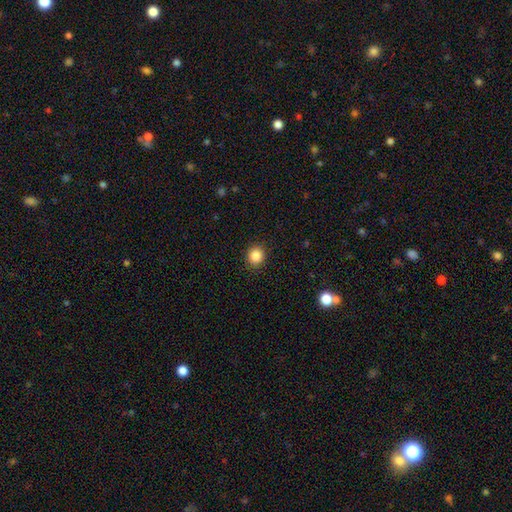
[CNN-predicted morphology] type=smooth (87%); roundness=round (84%); merging=none (91%).